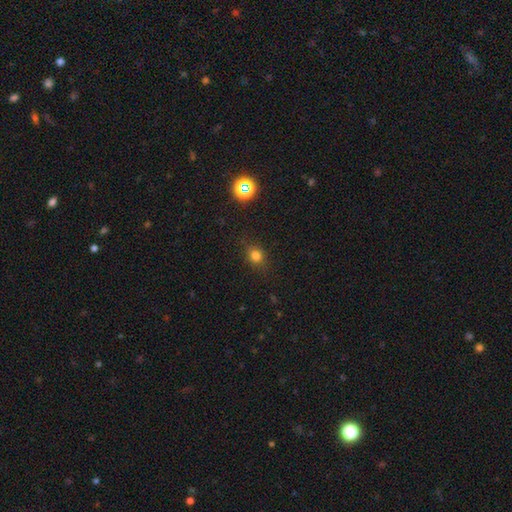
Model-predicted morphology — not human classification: The model was most divided on "how rounded": round: 68%, in between: 31%, cigar-shaped: 1%. More confident: merging — none (81%); smooth or featured — smooth (75%).